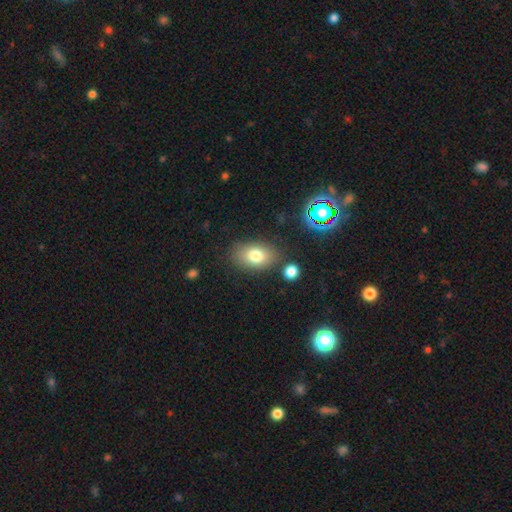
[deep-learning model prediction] Smooth or featured: smooth — 77% (featured or disk — 12%)
How rounded: in between — 85% (round — 13%)
Merging: none — 79% (minor disturbance — 12%)